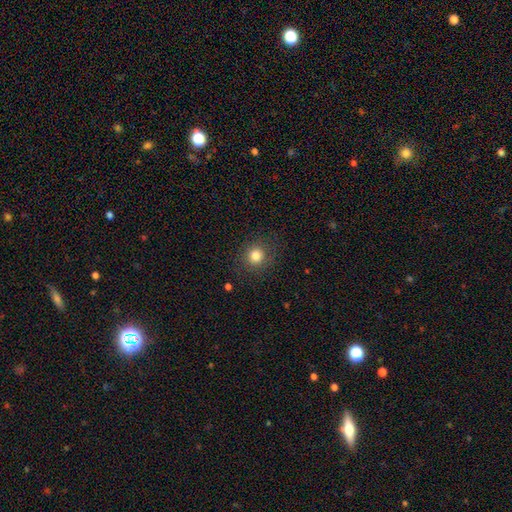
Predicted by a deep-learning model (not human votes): This is clearly a smooth galaxy (82%). How rounded: clearly round (88%). Merging: clearly none (86%).